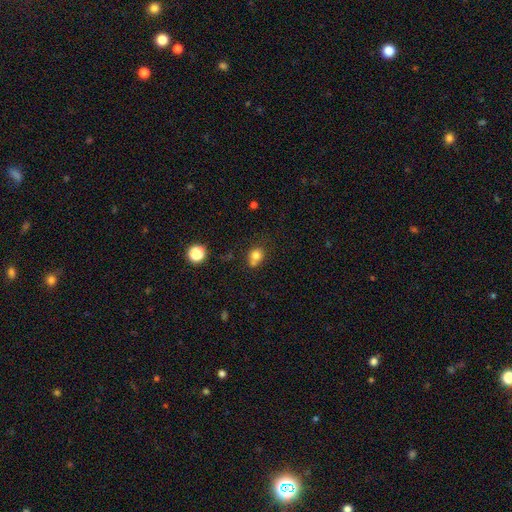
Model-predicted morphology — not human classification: A smooth galaxy with no disk features (76%) that is round (70%). Merging: none (49%).